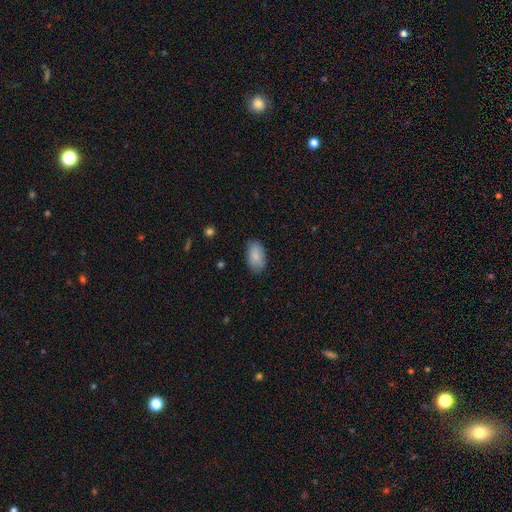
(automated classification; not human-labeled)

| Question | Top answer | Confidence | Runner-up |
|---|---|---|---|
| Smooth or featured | smooth | 86% | featured or disk (7%) |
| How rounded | in between | 94% | round (4%) |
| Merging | none | 84% | minor disturbance (12%) |